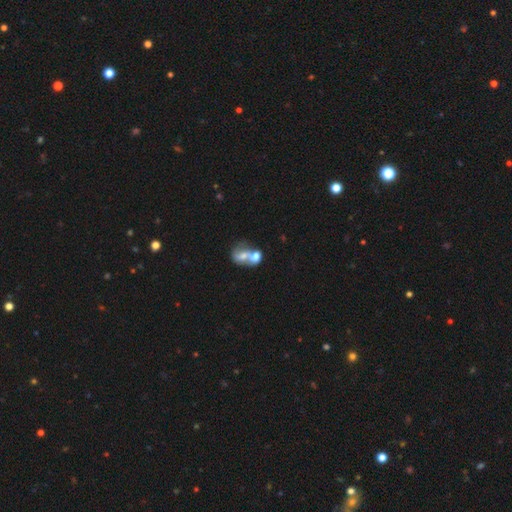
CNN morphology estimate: This is possibly a smooth galaxy (55%). How rounded: likely in between (67%). Merging: likely merger (74%).